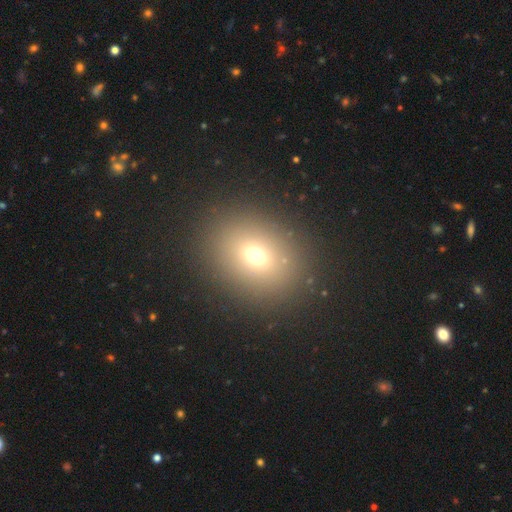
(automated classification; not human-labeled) This is likely a smooth galaxy (68%). How rounded: possibly in between (50%). Merging: clearly none (88%).